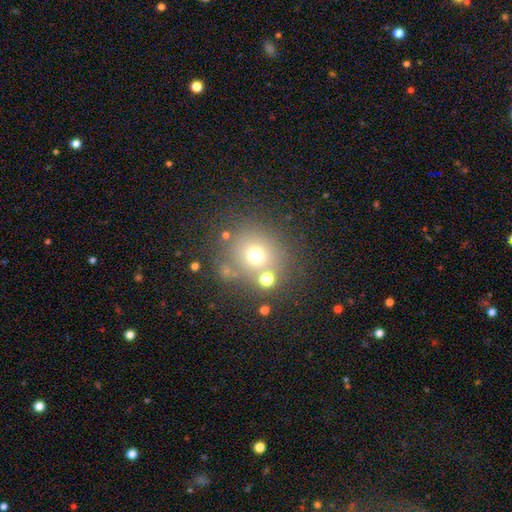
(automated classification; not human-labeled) Smooth or featured: smooth — 66% (star or artifact — 20%)
How rounded: round — 85% (in between — 14%)
Merging: none — 72% (merger — 12%)